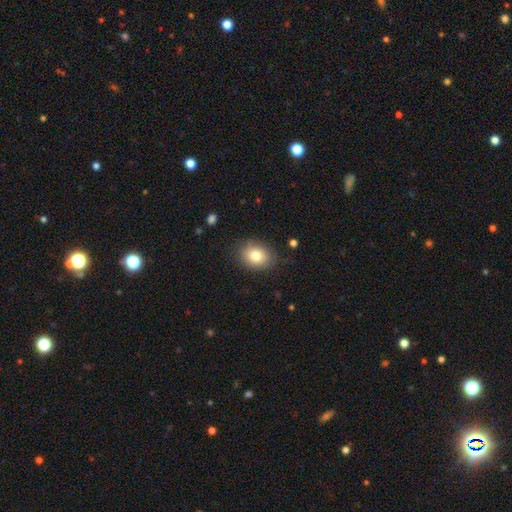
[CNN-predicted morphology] Q: Smooth or featured?
A: smooth (81%); runner-up: featured or disk (10%)
Q: How rounded?
A: in between (61%); runner-up: round (38%)
Q: Merging?
A: none (83%); runner-up: minor disturbance (13%)